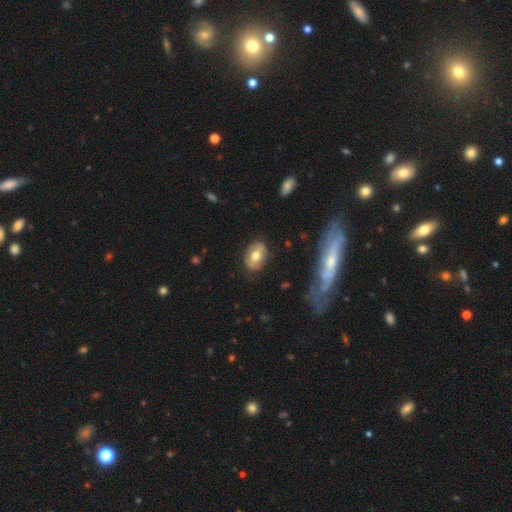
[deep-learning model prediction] A smooth galaxy with no disk features (58%) that is in between round and cigar-shaped (74%).

Vote fractions:
- Smooth or featured? smooth: 58% / featured or disk: 35% / star or artifact: 7%
- How rounded? in between: 74% / round: 24% / cigar-shaped: 2%
- Merging? none: 84% / minor disturbance: 12% / major disturbance: 3% / merger: 1%